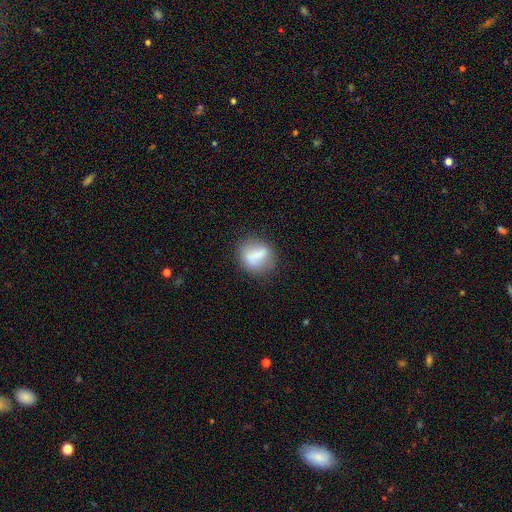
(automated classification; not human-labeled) This appears to be a smooth galaxy with no disk features (64%) that is round (56%). Merging: none (66%).